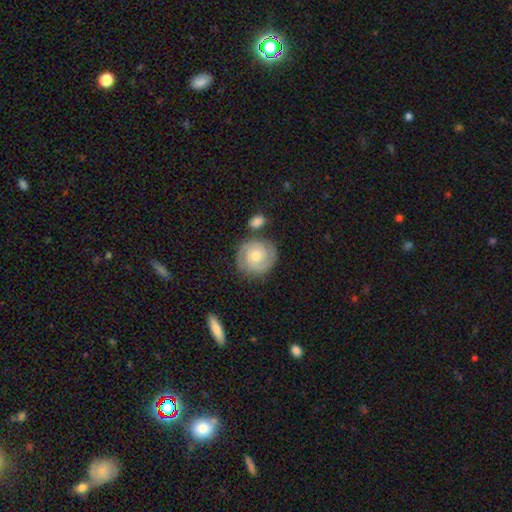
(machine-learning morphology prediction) Smooth or featured: featured or disk — 79% (smooth — 15%)
Edge-on disk: no — 98% (yes — 2%)
Bar: no — 73% (weak — 22%)
Spiral arms: yes — 96% (no — 4%)
Spiral winding: tight — 72% (medium — 24%)
Spiral arm count: 2 — 85% (can't tell — 6%)
Bulge size: moderate — 54% (small — 39%)
Merging: none — 80% (minor disturbance — 11%)